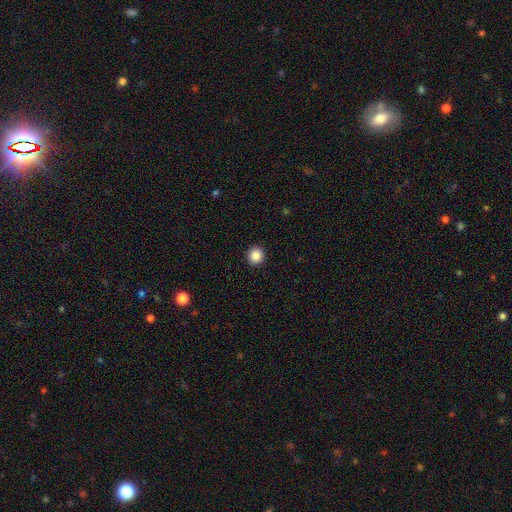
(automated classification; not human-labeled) smooth_or_featured: smooth (p=0.87) [alt: star or artifact p=0.10]
how_rounded: round (p=0.94) [alt: in between p=0.05]
merging: none (p=0.93) [alt: minor disturbance p=0.04]